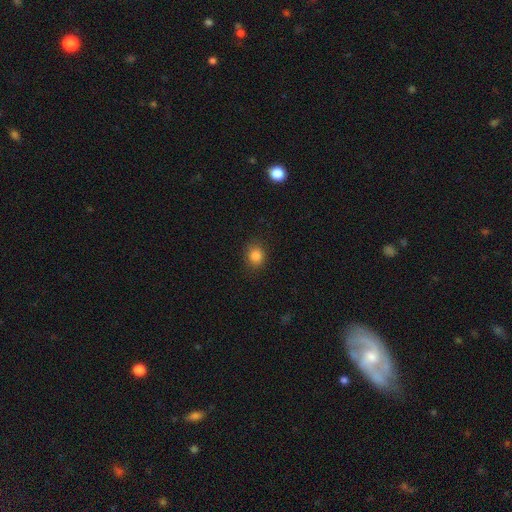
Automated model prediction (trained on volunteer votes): Smooth or featured?
  - smooth: 84% *
  - star or artifact: 11%
  - featured or disk: 5%
How rounded?
  - round: 73% *
  - in between: 26%
  - cigar-shaped: 1%
Merging?
  - none: 88% *
  - minor disturbance: 9%
  - major disturbance: 3%
  - merger: 1%